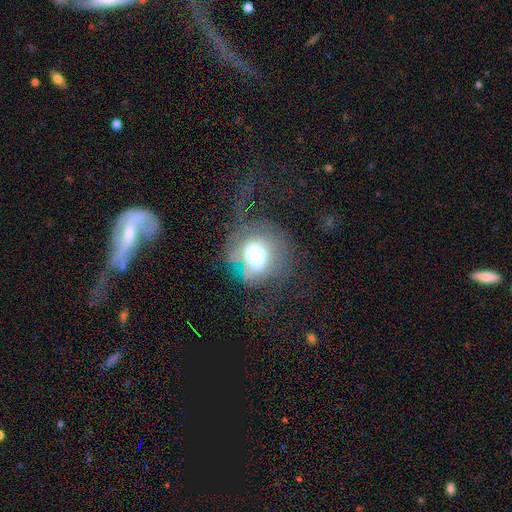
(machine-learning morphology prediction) A smooth galaxy with no disk features (49%).

Vote fractions:
- Smooth or featured? smooth: 49% / featured or disk: 39% / star or artifact: 12%
- Merging? major disturbance: 39% / none: 38% / minor disturbance: 20% / merger: 3%